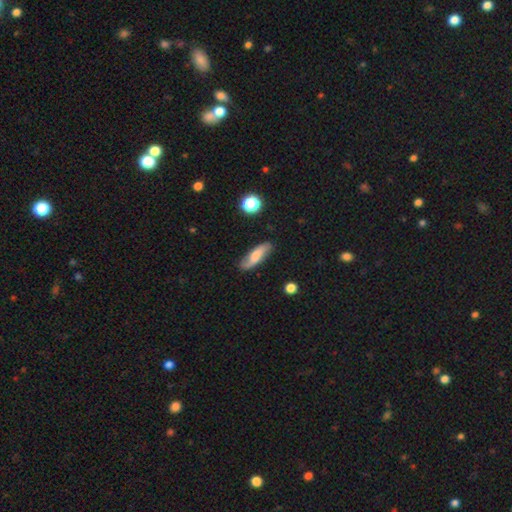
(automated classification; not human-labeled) Q: Smooth or featured?
A: smooth (56%); runner-up: featured or disk (37%)
Q: How rounded?
A: in between (53%); runner-up: cigar-shaped (44%)
Q: Merging?
A: none (79%); runner-up: minor disturbance (16%)